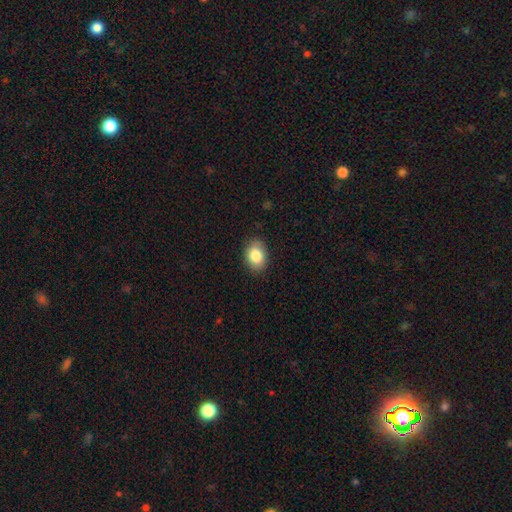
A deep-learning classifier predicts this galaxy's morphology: Smooth or featured: smooth — 84% (featured or disk — 8%)
How rounded: in between — 74% (round — 25%)
Merging: none — 86% (minor disturbance — 11%)